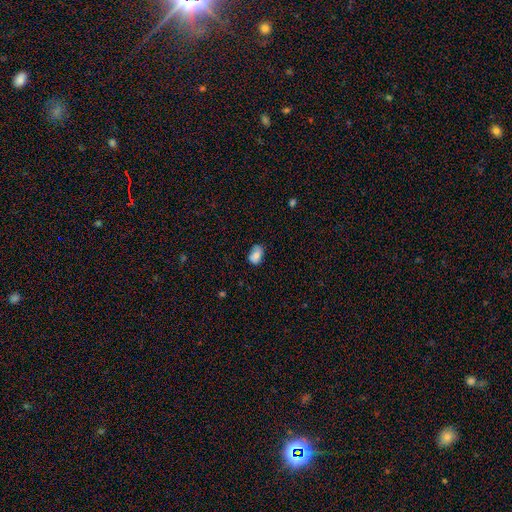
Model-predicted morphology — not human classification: A smooth galaxy with no disk features (77%) that is in between round and cigar-shaped (80%).

Vote fractions:
- Smooth or featured? smooth: 77% / featured or disk: 14% / star or artifact: 9%
- How rounded? in between: 80% / round: 19% / cigar-shaped: 1%
- Merging? none: 59% / minor disturbance: 31% / major disturbance: 8% / merger: 2%